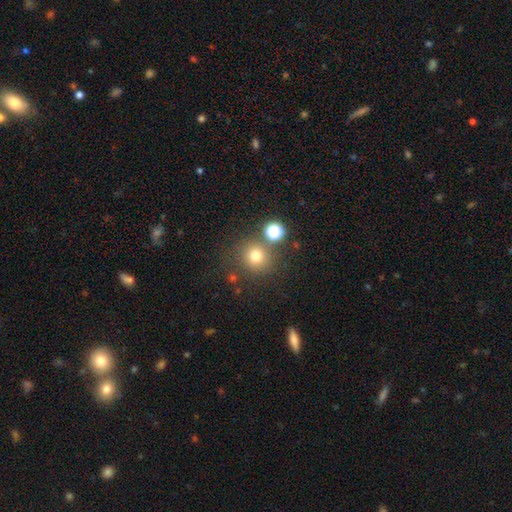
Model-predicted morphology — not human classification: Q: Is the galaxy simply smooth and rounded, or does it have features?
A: smooth — 74%.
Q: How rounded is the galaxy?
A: round — 93%.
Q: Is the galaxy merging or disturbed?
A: none — 77%.